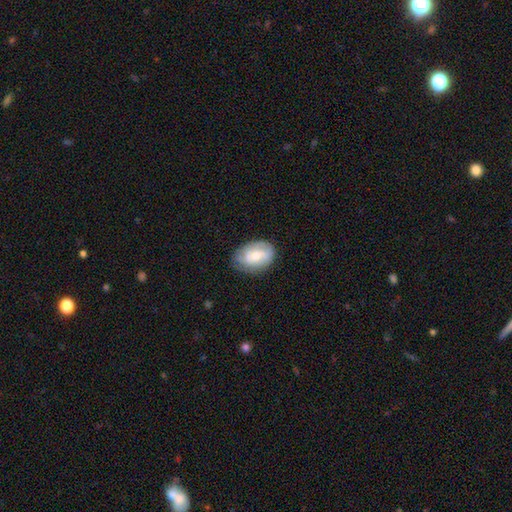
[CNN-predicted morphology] smooth_or_featured: smooth (p=0.47) [alt: featured or disk p=0.46]
merging: none (p=0.72) [alt: minor disturbance p=0.21]